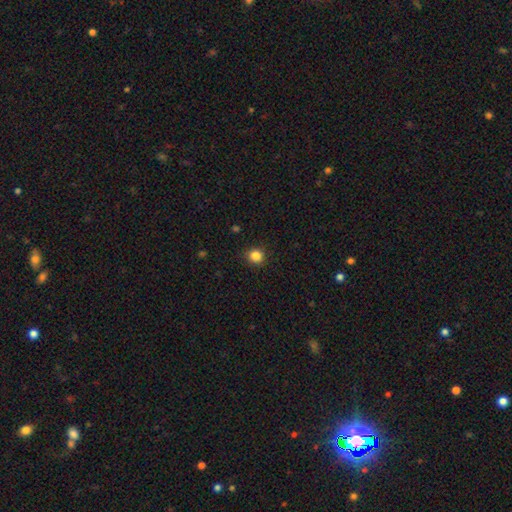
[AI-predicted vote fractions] smooth 85%, star or artifact 12%, featured or disk 4%. Down the decision tree: how rounded — round (90%); merging — none (89%).